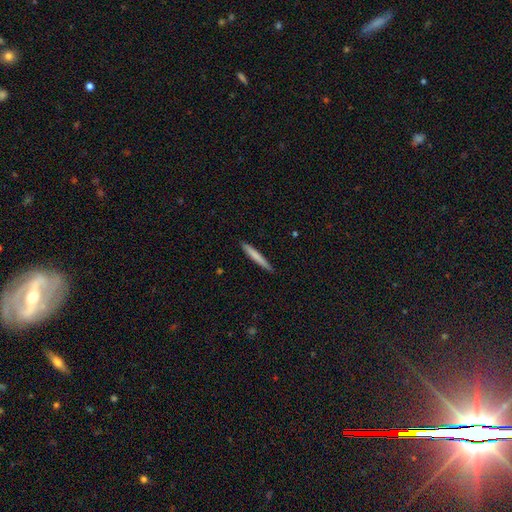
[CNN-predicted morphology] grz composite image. It shows a smooth galaxy with no disk features (74%) that is cigar-shaped (96%). Merging: none (90%).